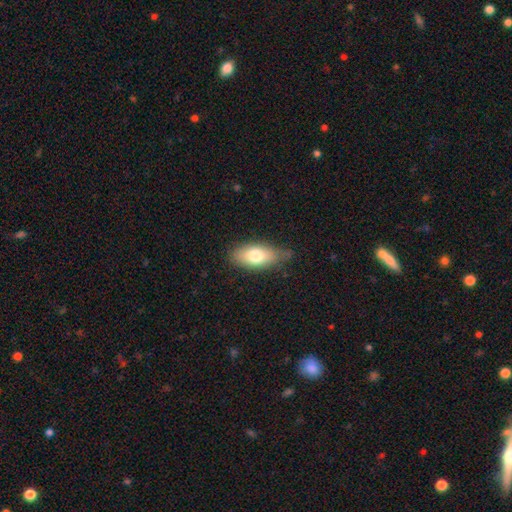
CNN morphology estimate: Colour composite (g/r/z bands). It shows a smooth galaxy with no disk features (75%) that is in between round and cigar-shaped (86%). Merging: none (68%).